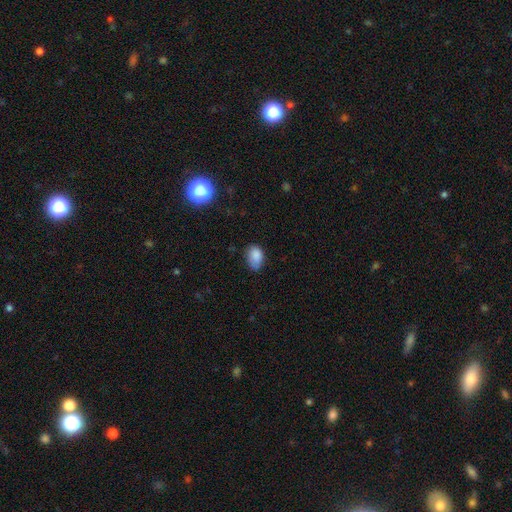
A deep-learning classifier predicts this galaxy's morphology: This appears to be a smooth galaxy with no disk features (85%) that is in between round and cigar-shaped (83%). Merging: none (60%).